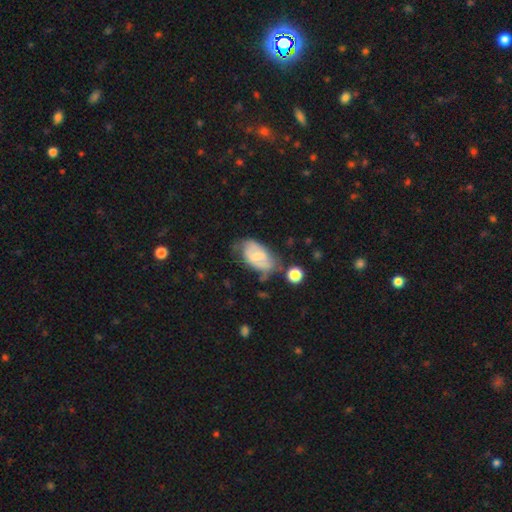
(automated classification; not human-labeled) This appears to be a featured or disk galaxy (46%, tied with smooth). Merging: none (40%).